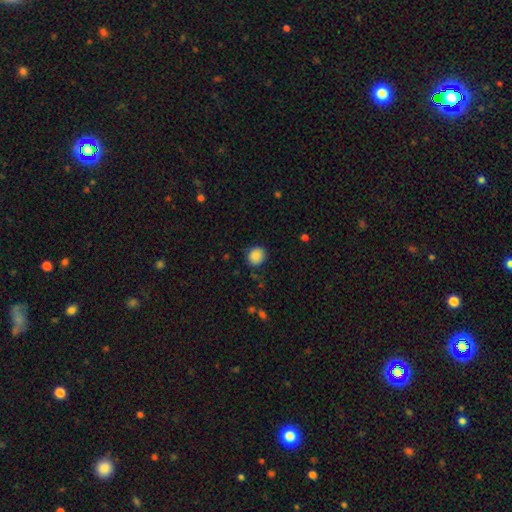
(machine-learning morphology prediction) Smooth or featured? Predicted: smooth (p=0.88). How rounded? Predicted: round (p=0.84). Merging? Predicted: none (p=0.86).